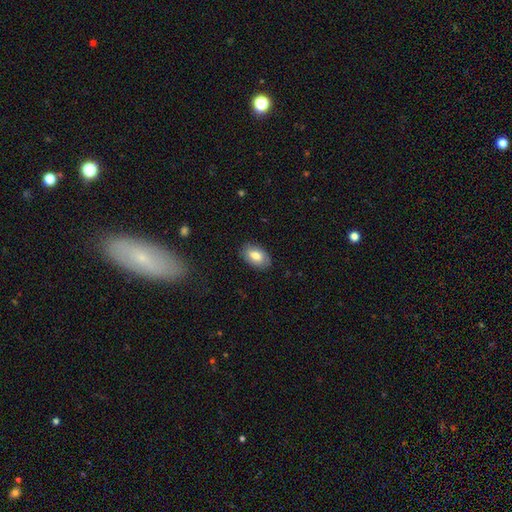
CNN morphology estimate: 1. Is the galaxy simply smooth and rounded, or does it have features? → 76% smooth, 17% featured or disk, 7% star or artifact.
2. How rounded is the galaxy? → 92% in between, 6% round, 1% cigar-shaped.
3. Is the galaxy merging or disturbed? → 84% none, 13% minor disturbance, 3% major disturbance, 1% merger.